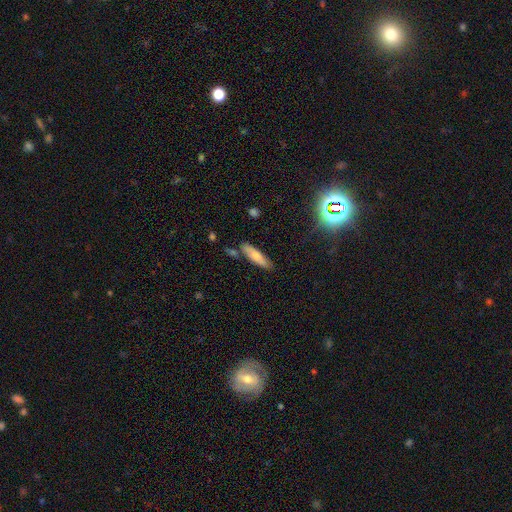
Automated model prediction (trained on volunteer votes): Smooth or featured: smooth — 69% (featured or disk — 22%)
How rounded: cigar-shaped — 70% (in between — 28%)
Merging: none — 80% (minor disturbance — 12%)